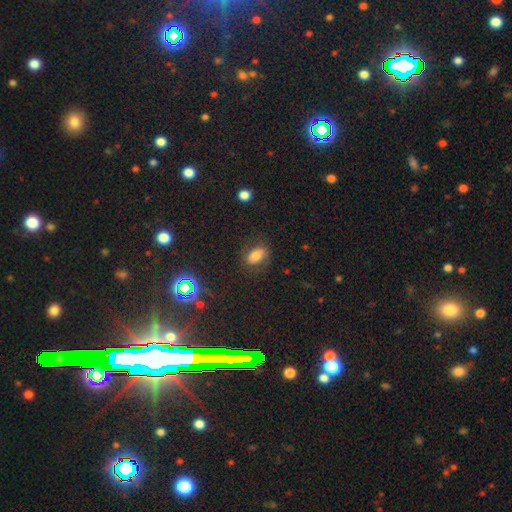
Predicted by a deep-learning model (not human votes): Overall: smooth (70%). How rounded: in between (83%). Merging: none (79%).